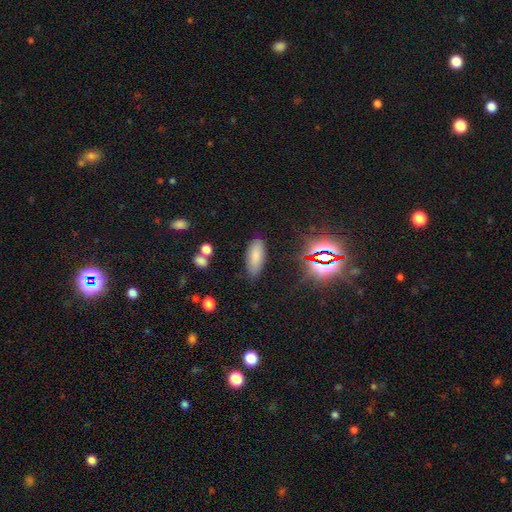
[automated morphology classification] This is likely a smooth galaxy (78%). How rounded: likely in between (76%). Merging: clearly none (82%).